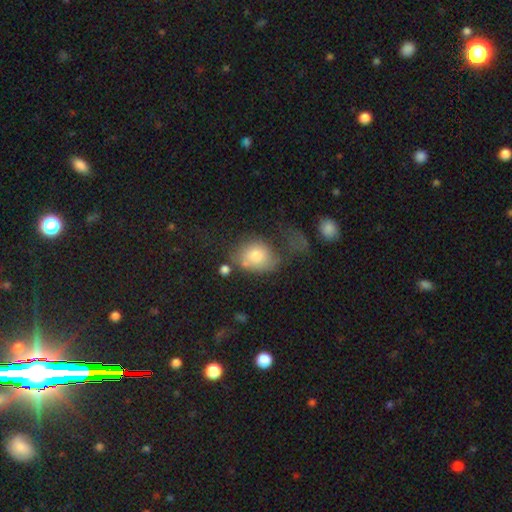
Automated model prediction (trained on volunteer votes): Smooth or featured?
  - smooth: 71% *
  - featured or disk: 20%
  - star or artifact: 9%
How rounded?
  - round: 52% *
  - in between: 47%
  - cigar-shaped: 1%
Merging?
  - major disturbance: 36% *
  - none: 27%
  - minor disturbance: 22%
  - merger: 14%